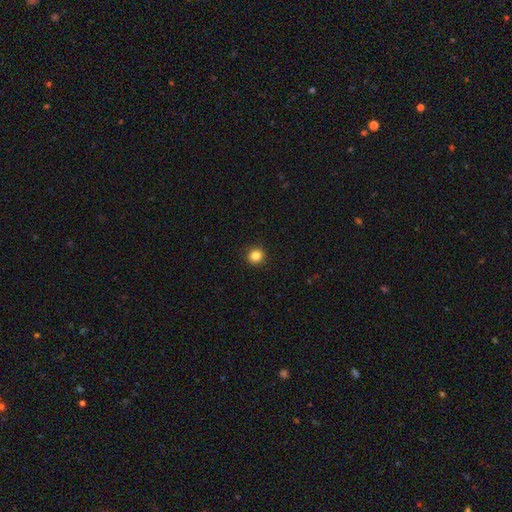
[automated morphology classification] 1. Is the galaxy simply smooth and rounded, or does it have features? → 84% smooth, 12% star or artifact, 5% featured or disk.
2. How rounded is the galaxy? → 93% round, 6% in between, 1% cigar-shaped.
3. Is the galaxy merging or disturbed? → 93% none, 5% minor disturbance, 2% major disturbance, 1% merger.